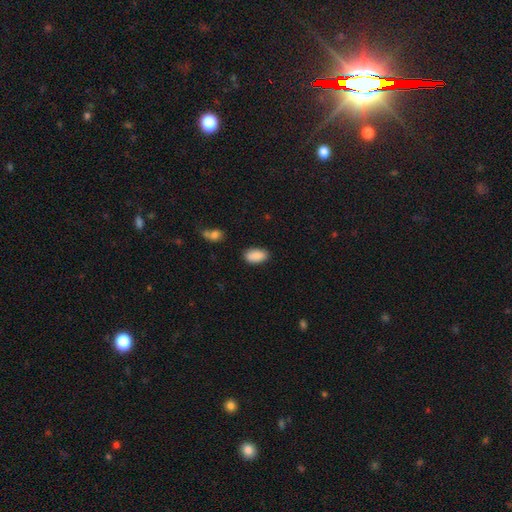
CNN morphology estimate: This appears to be a smooth galaxy with no disk features (89%) that is in between round and cigar-shaped (94%). Merging: none (84%).